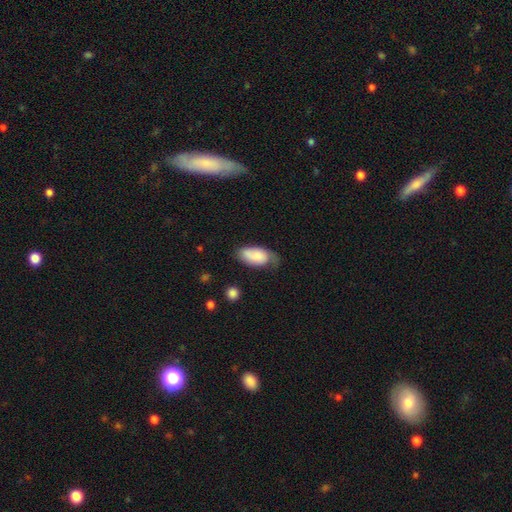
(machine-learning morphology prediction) The model was most divided on "merging": none: 45%, minor disturbance: 37%, major disturbance: 14%, merger: 3%. More confident: how rounded — in between (93%); smooth or featured — smooth (74%).